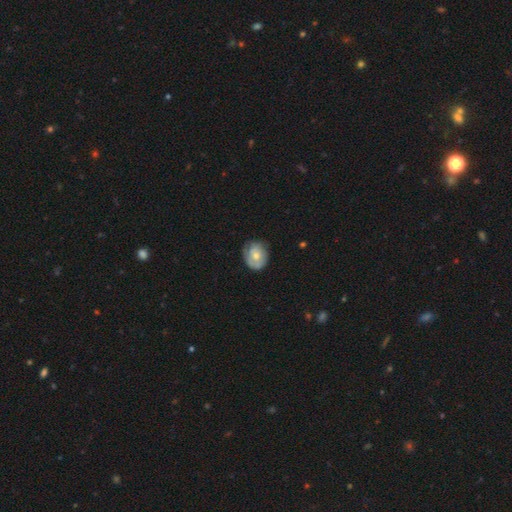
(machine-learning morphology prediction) A smooth galaxy with no disk features (55%) that is round (64%). Merging: none (64%).